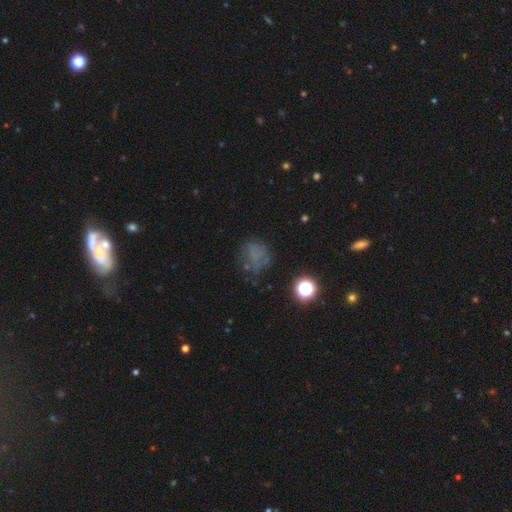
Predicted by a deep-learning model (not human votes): A smooth galaxy with no disk features (46%). Merging: none (51%).